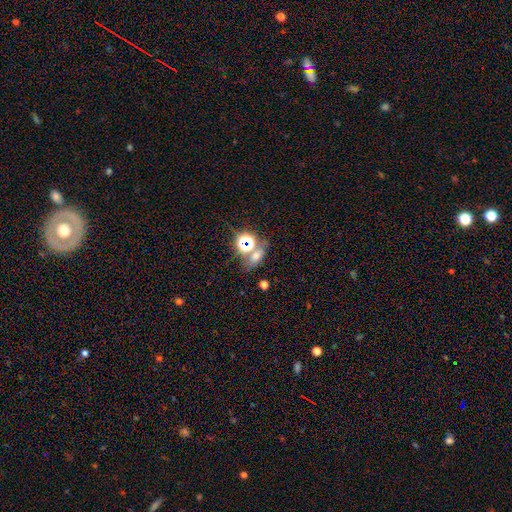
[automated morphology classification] Smooth or featured? Predicted: smooth (p=0.44). Merging? Predicted: none (p=0.58).